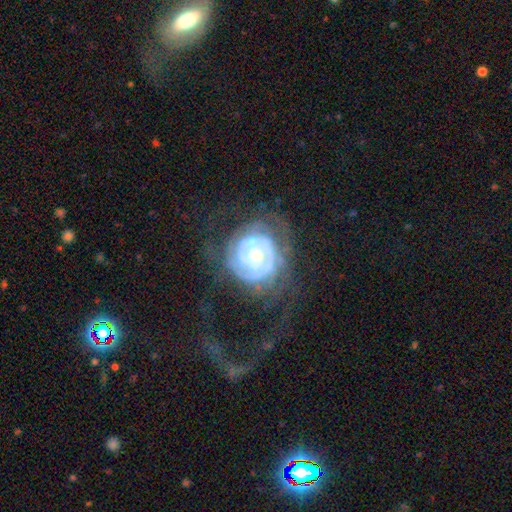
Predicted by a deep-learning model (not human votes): This is clearly a featured or disk galaxy (85%). It is clearly not viewed edge-on (97%). Bar: likely no (73%). Spiral arm pattern: clearly yes (86%). Spiral arm count: marginally can't tell (41%). Spiral winding: likely tight (71%). Central bulge: likely moderate (60%). Merging: possibly none (59%).